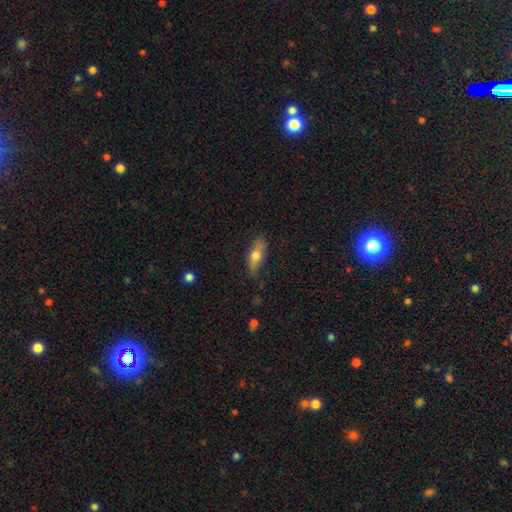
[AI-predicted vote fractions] smooth 61%, featured or disk 32%, star or artifact 7%. Down the decision tree: how rounded — in between (64%); merging — none (77%).